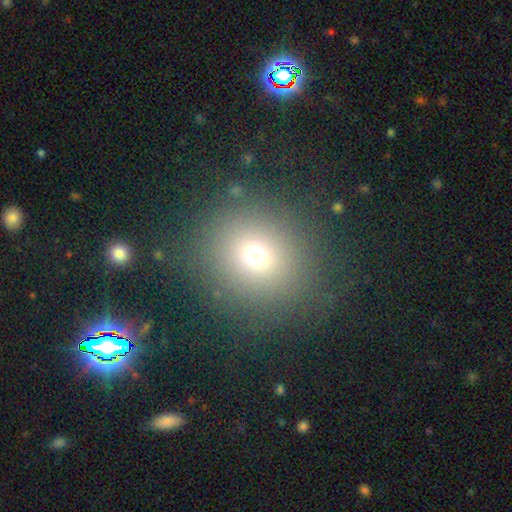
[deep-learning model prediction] The model was most divided on "smooth or featured": smooth: 69%, star or artifact: 21%, featured or disk: 10%. More confident: how rounded — round (87%); merging — none (85%).